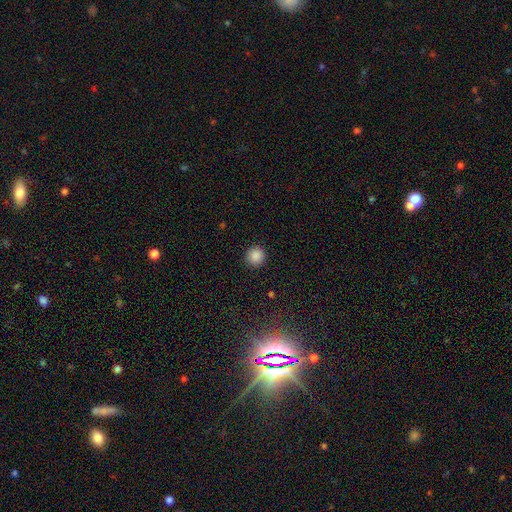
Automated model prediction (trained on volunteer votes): The model was most divided on "smooth or featured": smooth: 87%, star or artifact: 10%, featured or disk: 3%. More confident: how rounded — round (94%); merging — none (92%).